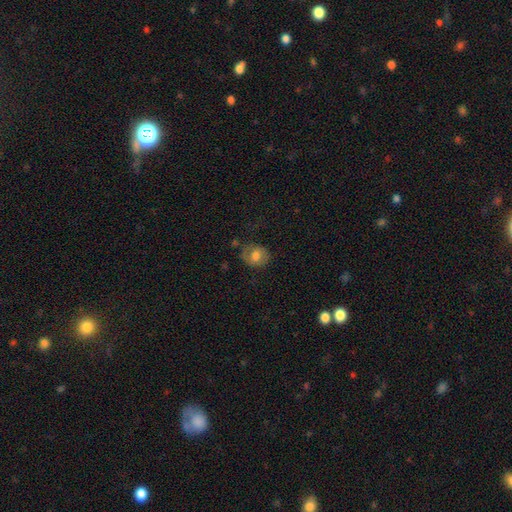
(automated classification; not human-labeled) A smooth galaxy with no disk features (68%) that is round (64%).

Vote fractions:
- Smooth or featured? smooth: 68% / featured or disk: 23% / star or artifact: 9%
- How rounded? round: 64% / in between: 35% / cigar-shaped: 1%
- Merging? none: 68% / minor disturbance: 21% / major disturbance: 8% / merger: 3%